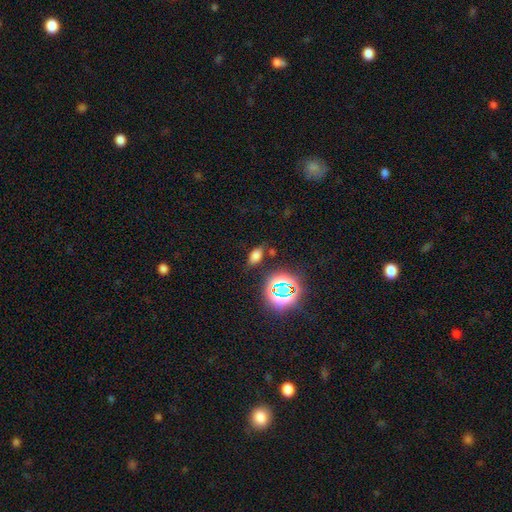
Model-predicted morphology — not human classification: type=smooth (64%); roundness=in between (85%); merging=none (77%).